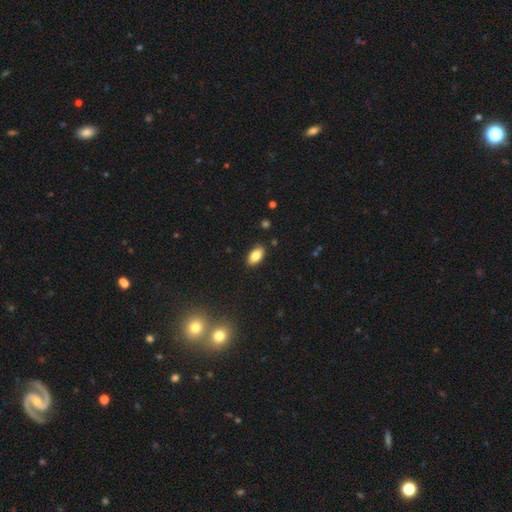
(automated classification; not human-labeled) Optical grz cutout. It shows a smooth galaxy with no disk features (82%) that is in between round and cigar-shaped (92%). Merging: none (87%).